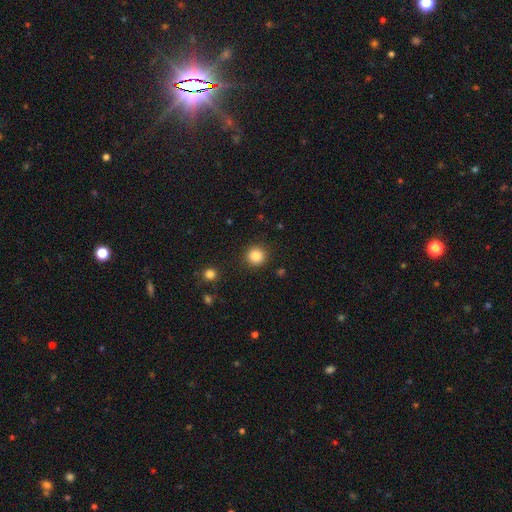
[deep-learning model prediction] This is clearly a smooth galaxy (85%). How rounded: clearly round (94%). Merging: clearly none (90%).